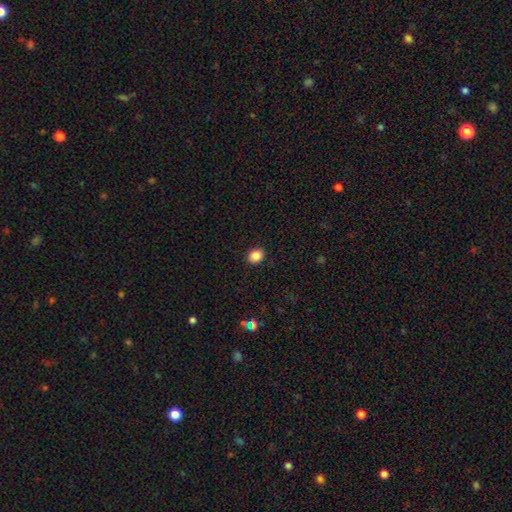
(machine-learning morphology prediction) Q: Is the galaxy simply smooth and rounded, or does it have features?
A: smooth — 87%.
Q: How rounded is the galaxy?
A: round — 65%.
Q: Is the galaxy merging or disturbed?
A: none — 91%.